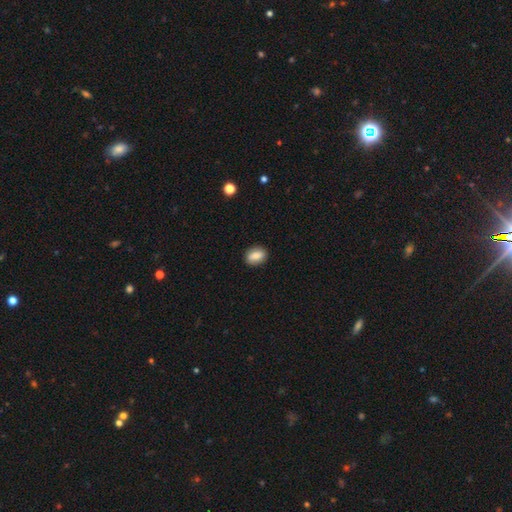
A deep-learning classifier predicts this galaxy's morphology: This appears to be a smooth galaxy with no disk features (82%) that is in between round and cigar-shaped (74%). Merging: none (87%).